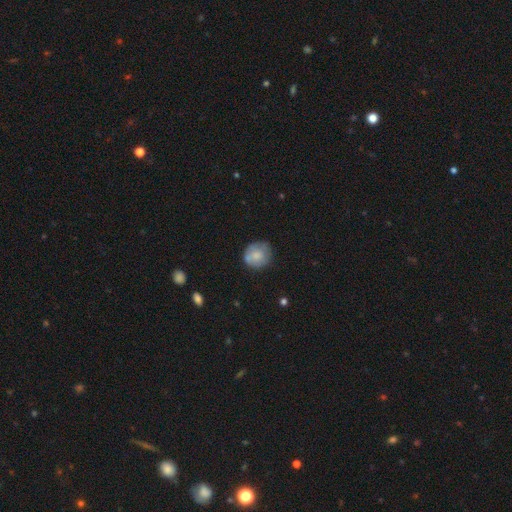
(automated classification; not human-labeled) Q: Smooth or featured?
A: smooth (71%); runner-up: featured or disk (21%)
Q: How rounded?
A: round (86%); runner-up: in between (13%)
Q: Merging?
A: none (68%); runner-up: minor disturbance (23%)